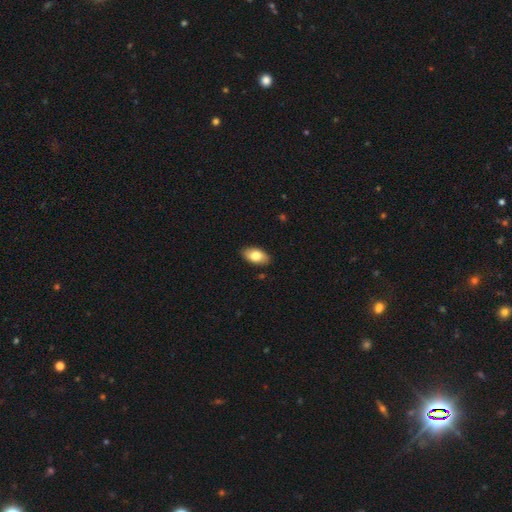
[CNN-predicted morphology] Smooth or featured? smooth (80%)
How rounded? in between (94%)
Merging? none (89%)